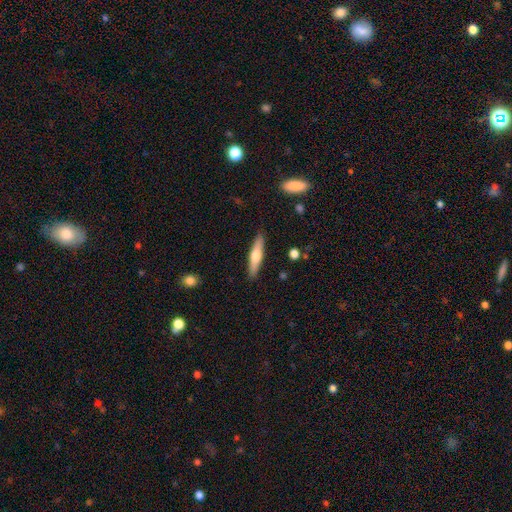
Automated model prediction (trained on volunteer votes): This appears to be a smooth galaxy with no disk features (51%) that is cigar-shaped (81%). Merging: none (89%).